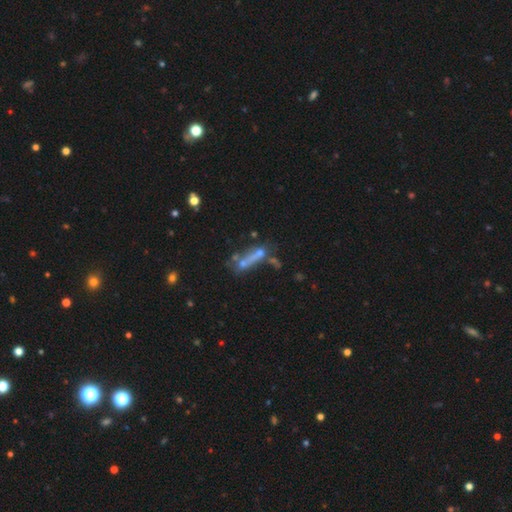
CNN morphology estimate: This is marginally a smooth galaxy (44%). Merging: marginally merger (33%).